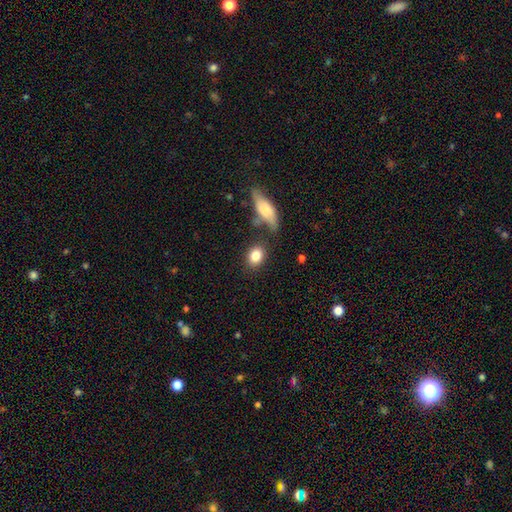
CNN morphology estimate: smooth_or_featured: smooth (p=0.82) [alt: featured or disk p=0.10]
how_rounded: in between (p=0.62) [alt: round p=0.36]
merging: none (p=0.75) [alt: minor disturbance p=0.12]